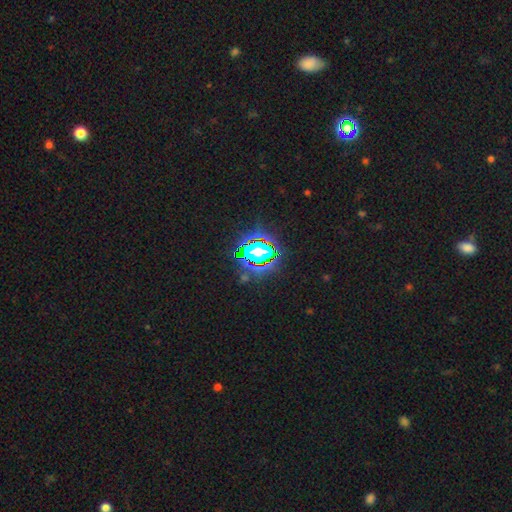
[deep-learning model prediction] The model was most divided on "smooth or featured": star or artifact: 82%, smooth: 12%, featured or disk: 7%.